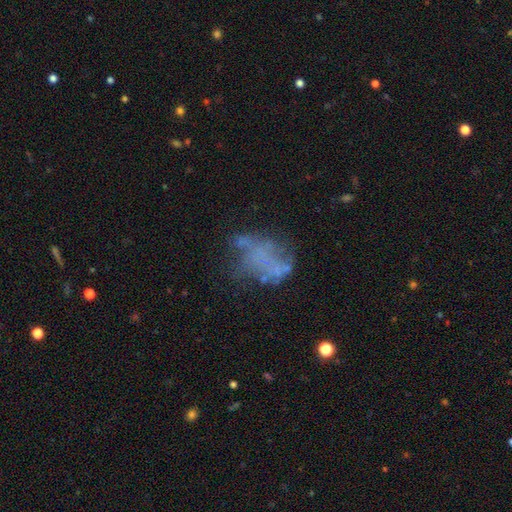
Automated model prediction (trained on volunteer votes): Q: Smooth or featured?
A: featured or disk (53%); runner-up: smooth (29%)
Q: Edge-on disk?
A: no (97%); runner-up: yes (3%)
Q: Bar?
A: no (91%); runner-up: weak (6%)
Q: Spiral arms?
A: no (90%); runner-up: yes (10%)
Q: Bulge size?
A: none (85%); runner-up: small (7%)
Q: Merging?
A: none (42%); runner-up: major disturbance (28%)